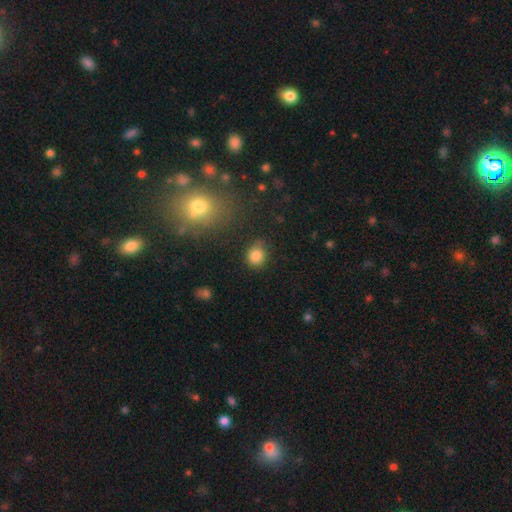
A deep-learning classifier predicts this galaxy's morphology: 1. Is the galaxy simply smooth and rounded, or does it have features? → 84% smooth, 11% star or artifact, 5% featured or disk.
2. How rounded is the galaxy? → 76% round, 22% in between, 1% cigar-shaped.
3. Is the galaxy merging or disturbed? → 76% none, 16% minor disturbance, 4% major disturbance, 3% merger.